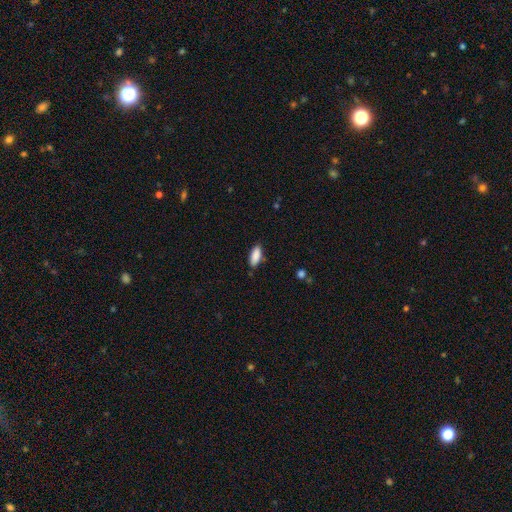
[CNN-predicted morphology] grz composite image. It shows a smooth galaxy with no disk features (88%) that is in between round and cigar-shaped (79%). Merging: none (83%).